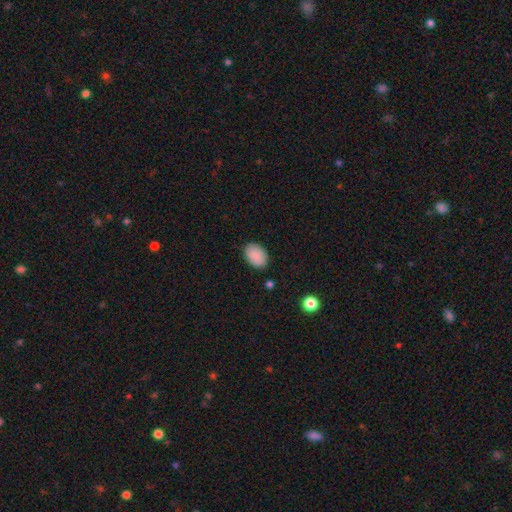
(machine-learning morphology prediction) This is clearly a smooth galaxy (89%). How rounded: likely in between (79%). Merging: clearly none (86%).